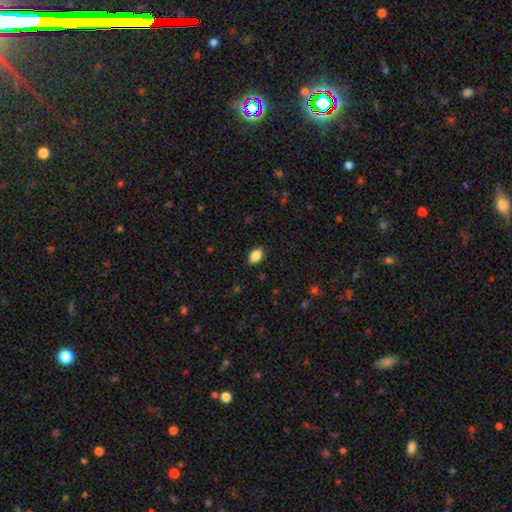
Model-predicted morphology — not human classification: Q: Smooth or featured?
A: smooth (88%); runner-up: star or artifact (8%)
Q: How rounded?
A: in between (86%); runner-up: round (13%)
Q: Merging?
A: none (87%); runner-up: minor disturbance (10%)